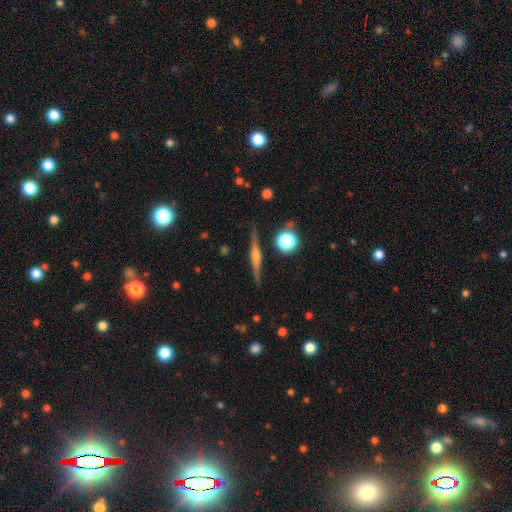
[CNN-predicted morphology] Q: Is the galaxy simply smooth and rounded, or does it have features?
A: featured or disk — 76%.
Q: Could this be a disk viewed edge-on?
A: yes — 98%.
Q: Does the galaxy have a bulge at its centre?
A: rounded — 77%.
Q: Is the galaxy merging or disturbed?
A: none — 90%.